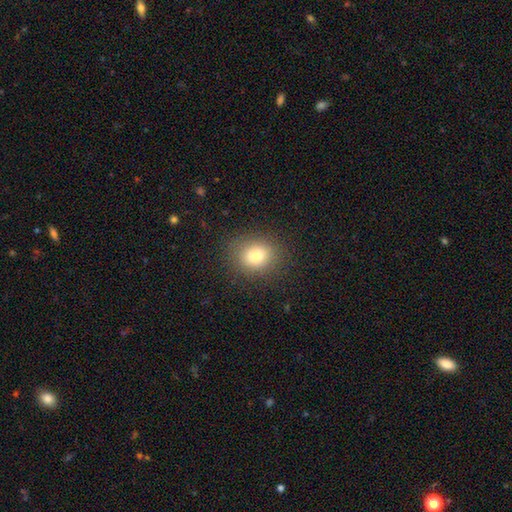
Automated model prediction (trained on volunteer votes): A smooth galaxy with no disk features (80%) that is round (59%). Merging: none (86%).